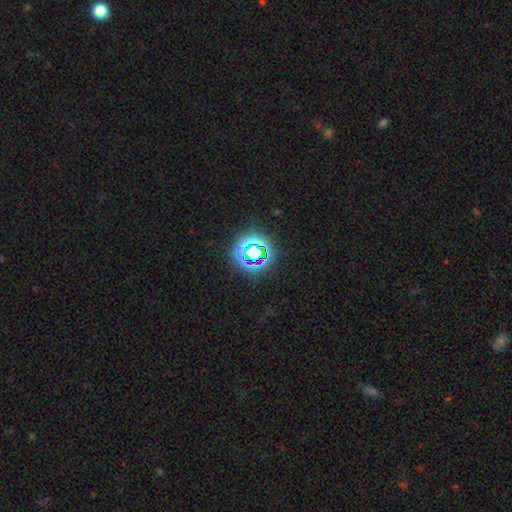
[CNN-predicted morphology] smooth-or-featured: star or artifact: 67% | smooth: 22% | featured or disk: 11%